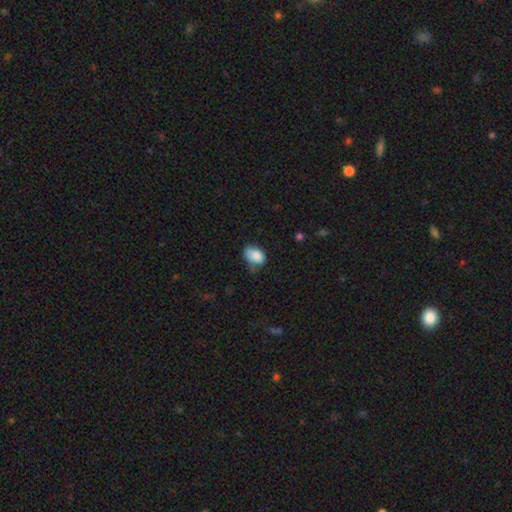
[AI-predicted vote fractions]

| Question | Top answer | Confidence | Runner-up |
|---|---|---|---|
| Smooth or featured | smooth | 84% | star or artifact (8%) |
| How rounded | in between | 79% | round (20%) |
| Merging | none | 47% | minor disturbance (37%) |